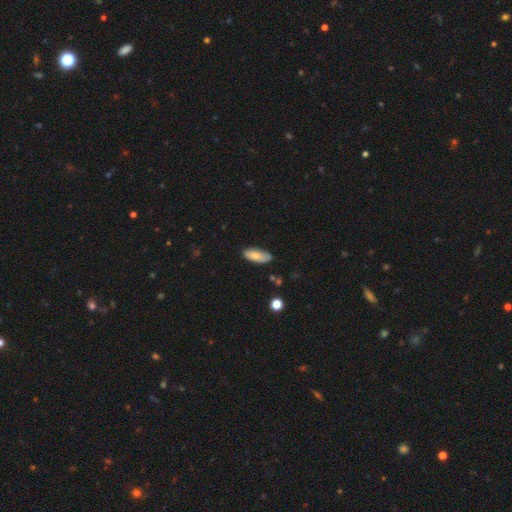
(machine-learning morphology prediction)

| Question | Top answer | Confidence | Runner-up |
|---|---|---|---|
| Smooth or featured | smooth | 75% | featured or disk (18%) |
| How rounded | in between | 83% | cigar-shaped (15%) |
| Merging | none | 73% | minor disturbance (21%) |